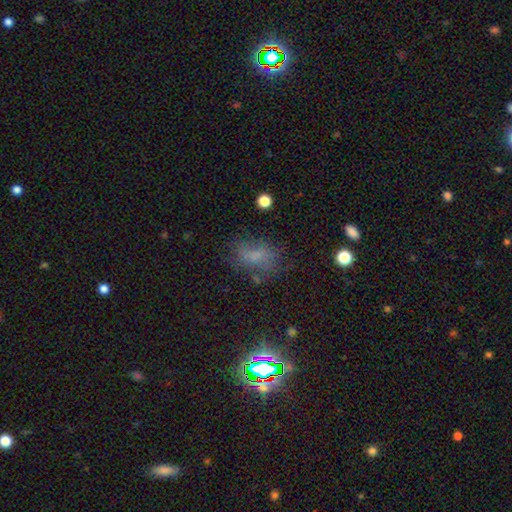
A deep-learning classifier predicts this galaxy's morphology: Smooth or featured? Predicted: smooth (p=0.53). How rounded? Predicted: in between (p=0.76). Merging? Predicted: none (p=0.56).